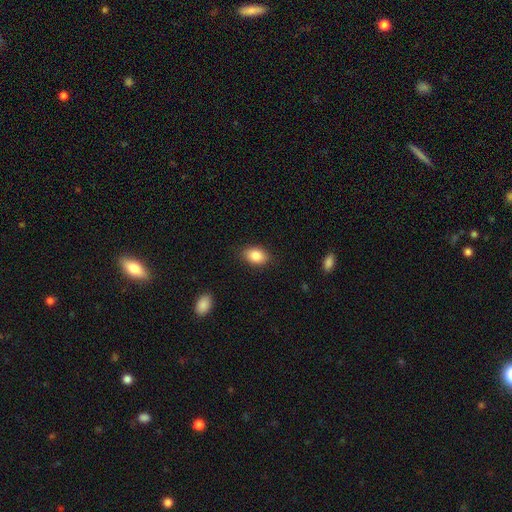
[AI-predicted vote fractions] Smooth or featured? smooth (85%)
How rounded? in between (87%)
Merging? none (85%)